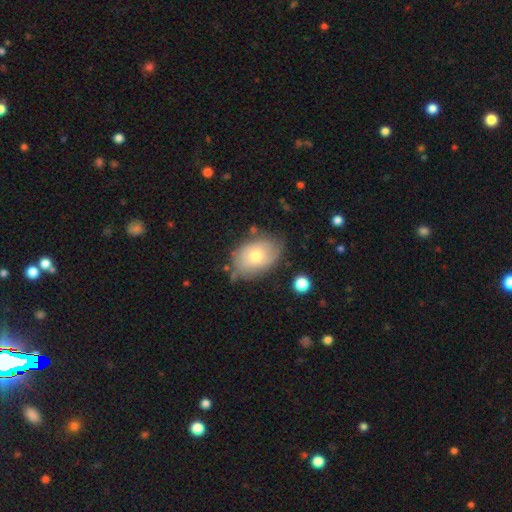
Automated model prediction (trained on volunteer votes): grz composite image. It shows a smooth galaxy with no disk features (58%) that is in between round and cigar-shaped (83%). Merging: none (72%).